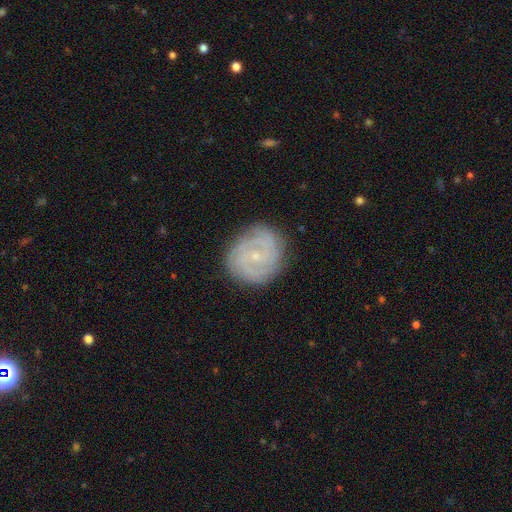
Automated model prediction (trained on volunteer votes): smooth-or-featured: featured or disk: 81% | smooth: 12% | star or artifact: 7%
  disk-edge-on: no: 98% | yes: 2%
    bar: no: 62% | weak: 31% | strong: 7%
    has-spiral-arms: yes: 95% | no: 5%
      spiral-winding: tight: 67% | medium: 27% | loose: 6%
      spiral-arm-count: 2: 31% | can't tell: 24% | 3: 23% | 4: 10% | more than 4: 6% | 1: 6%
    bulge-size: small: 82% | moderate: 14% | none: 2% | large: 1% | dominant: 1%
  merging: none: 83% | minor disturbance: 13% | major disturbance: 3% | merger: 1%